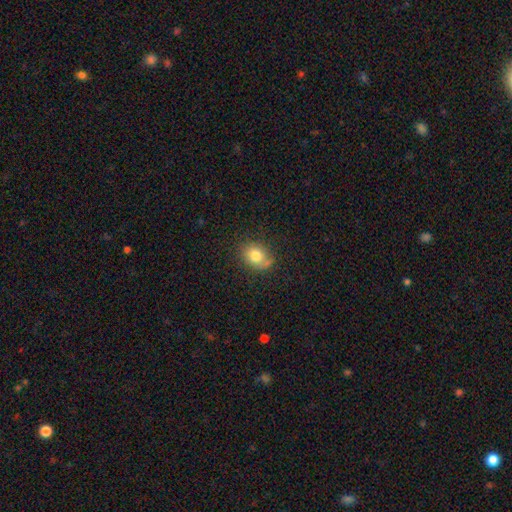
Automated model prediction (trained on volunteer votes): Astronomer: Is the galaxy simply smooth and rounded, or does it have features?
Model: smooth — 78%.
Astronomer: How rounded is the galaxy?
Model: in between — 54% (runner-up: round, 44%).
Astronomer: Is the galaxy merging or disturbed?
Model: none — 66%.